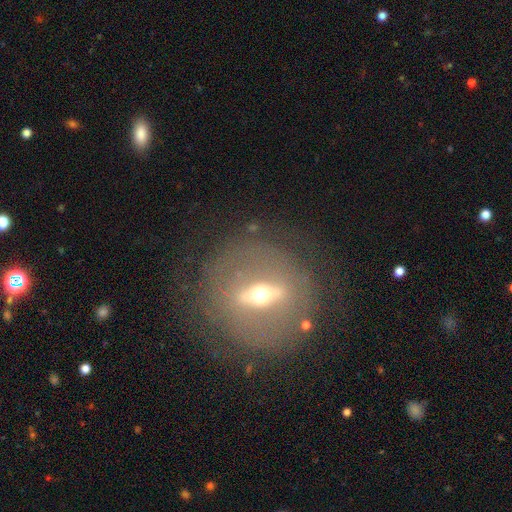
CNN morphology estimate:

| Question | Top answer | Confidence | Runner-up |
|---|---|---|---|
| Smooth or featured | featured or disk | 75% | smooth (15%) |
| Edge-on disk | no | 64% | yes (36%) |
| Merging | none | 83% | minor disturbance (10%) |